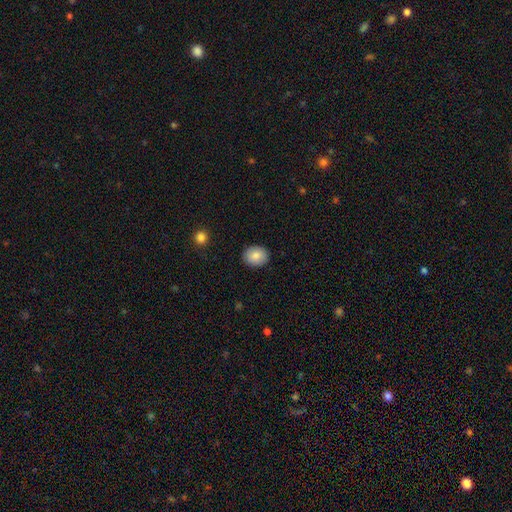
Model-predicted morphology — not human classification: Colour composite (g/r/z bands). It shows a smooth galaxy with no disk features (84%) that is round (53%). Merging: none (90%).